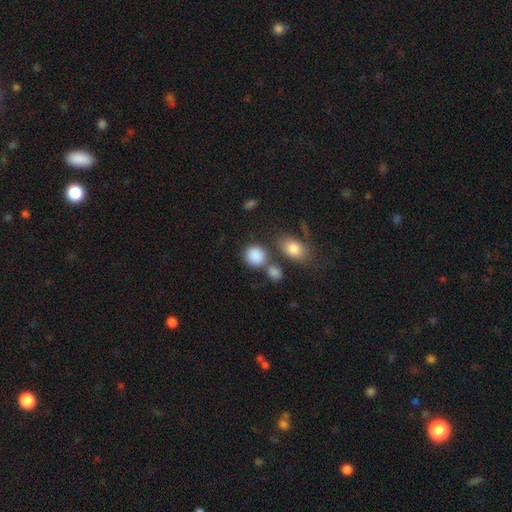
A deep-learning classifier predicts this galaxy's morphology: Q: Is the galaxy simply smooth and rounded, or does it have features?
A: smooth — 86%.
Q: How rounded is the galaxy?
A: round — 73%.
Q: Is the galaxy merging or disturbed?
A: none — 57%.